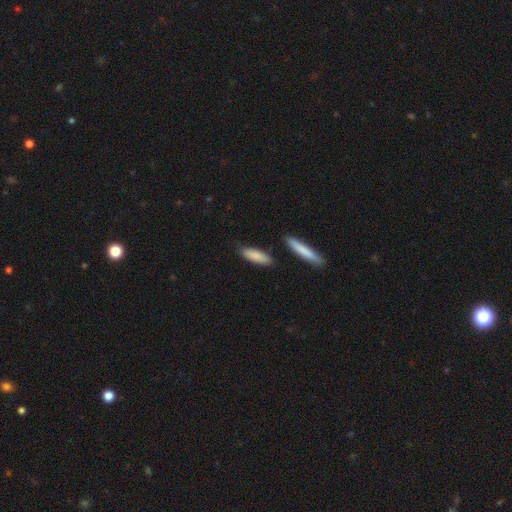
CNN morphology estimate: smooth_or_featured: smooth (p=0.86) [alt: featured or disk p=0.08]
how_rounded: cigar-shaped (p=0.51) [alt: in between p=0.48]
merging: none (p=0.82) [alt: minor disturbance p=0.11]